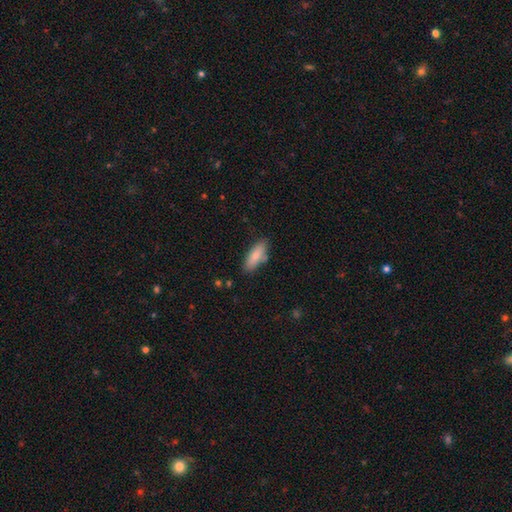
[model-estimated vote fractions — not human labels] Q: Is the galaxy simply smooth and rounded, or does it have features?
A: smooth — 81%.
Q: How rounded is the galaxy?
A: in between — 64%.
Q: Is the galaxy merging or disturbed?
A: none — 77%.